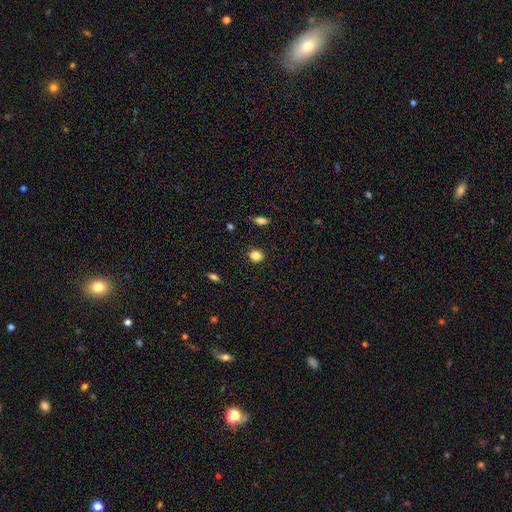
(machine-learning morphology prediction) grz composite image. It shows a smooth galaxy with no disk features (83%) that is round (73%). Merging: none (89%).